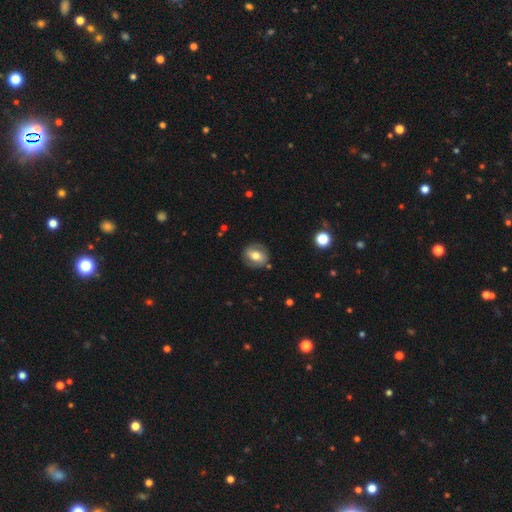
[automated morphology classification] Q: Smooth or featured?
A: smooth (48%); runner-up: featured or disk (44%)
Q: Merging?
A: none (80%); runner-up: minor disturbance (13%)